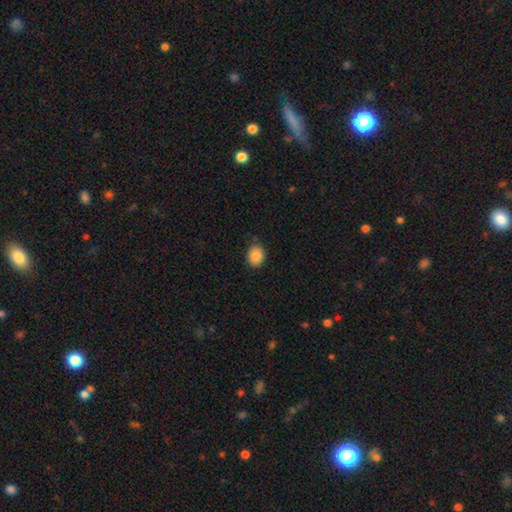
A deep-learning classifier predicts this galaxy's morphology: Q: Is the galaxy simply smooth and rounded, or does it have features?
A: smooth — 86%.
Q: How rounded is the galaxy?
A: round — 51%.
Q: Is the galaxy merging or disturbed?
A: none — 76%.